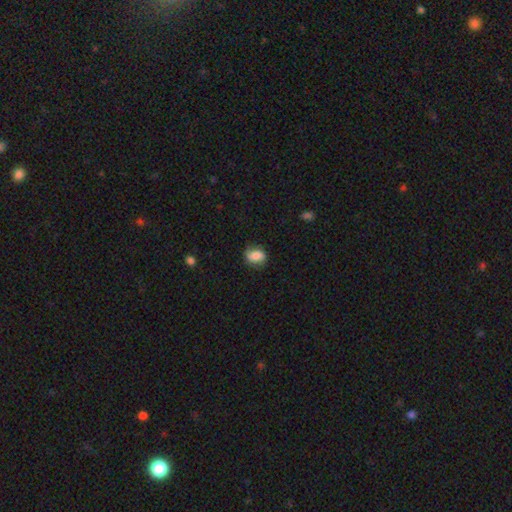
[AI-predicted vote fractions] Q: Smooth or featured?
A: smooth (68%); runner-up: featured or disk (23%)
Q: How rounded?
A: in between (55%); runner-up: round (43%)
Q: Merging?
A: none (74%); runner-up: minor disturbance (20%)